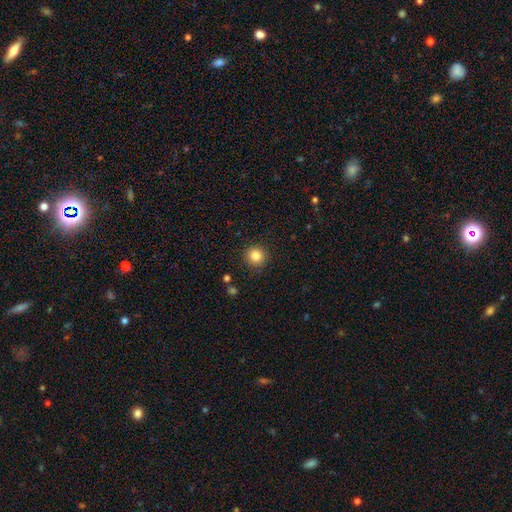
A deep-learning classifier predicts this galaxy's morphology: Smooth or featured: smooth — 84% (star or artifact — 11%)
How rounded: round — 94% (in between — 5%)
Merging: none — 91% (minor disturbance — 6%)